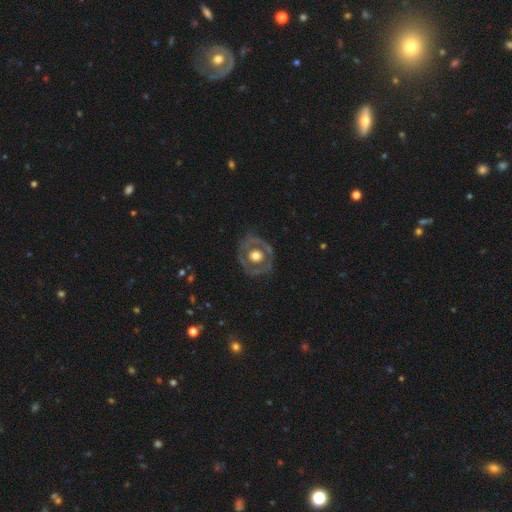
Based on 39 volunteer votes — This appears to be a featured or disk galaxy (49%) with no bar (88%), no spiral arms (94%) and a large central bulge (81%). Merging: none (80%).